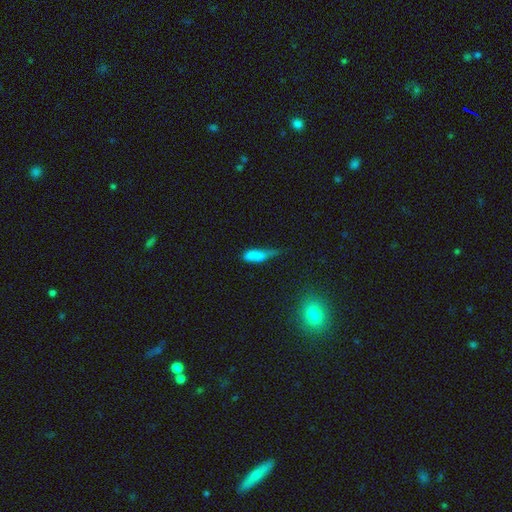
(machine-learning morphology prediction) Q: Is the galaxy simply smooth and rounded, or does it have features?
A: smooth — 71%.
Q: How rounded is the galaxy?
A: in between — 48%.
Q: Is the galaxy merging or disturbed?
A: minor disturbance — 38%.